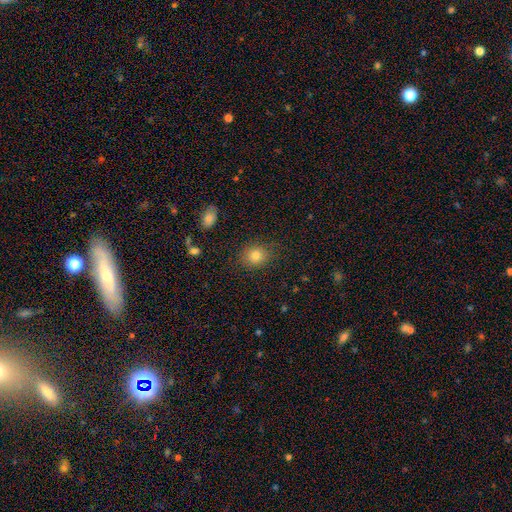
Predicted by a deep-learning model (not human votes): A smooth galaxy with no disk features (81%) that is round (64%). Merging: none (84%).